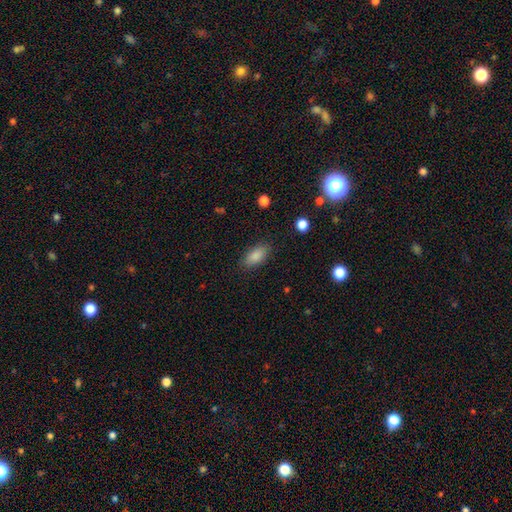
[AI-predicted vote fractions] Smooth or featured? Predicted: smooth (p=0.86). How rounded? Predicted: in between (p=0.89). Merging? Predicted: none (p=0.84).